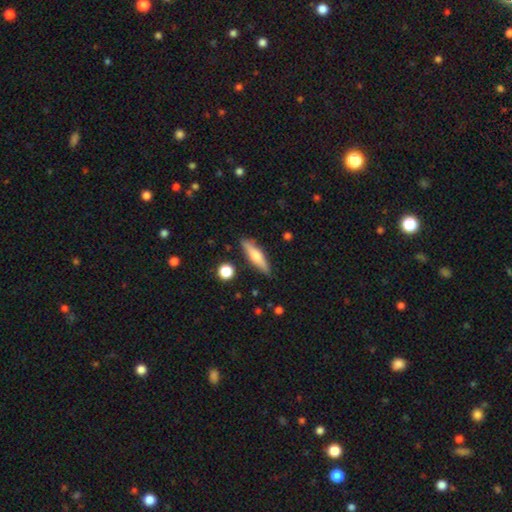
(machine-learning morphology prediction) A smooth galaxy with no disk features (52%) that is cigar-shaped (74%).

Vote fractions:
- Smooth or featured? smooth: 52% / featured or disk: 42% / star or artifact: 7%
- How rounded? cigar-shaped: 74% / in between: 23% / round: 3%
- Merging? none: 86% / minor disturbance: 9% / merger: 2% / major disturbance: 2%